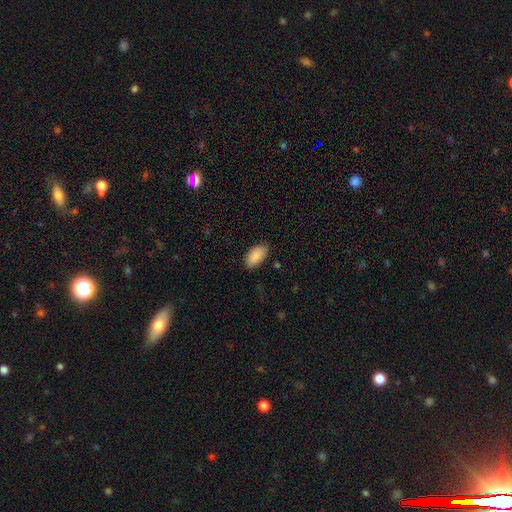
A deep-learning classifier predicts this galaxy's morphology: Smooth or featured? smooth (89%)
How rounded? in between (95%)
Merging? none (82%)